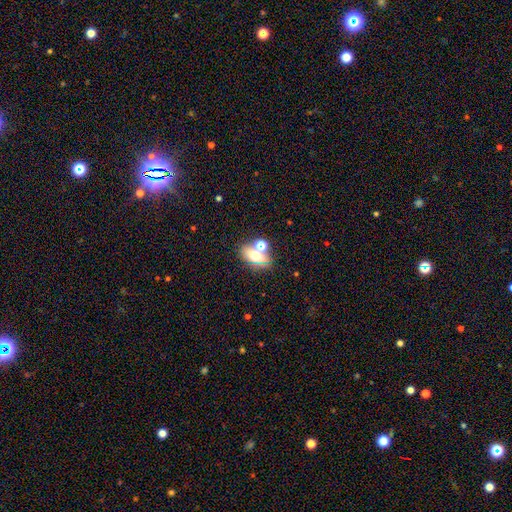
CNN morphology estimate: Smooth or featured? smooth (58%)
How rounded? in between (73%)
Merging? none (57%)